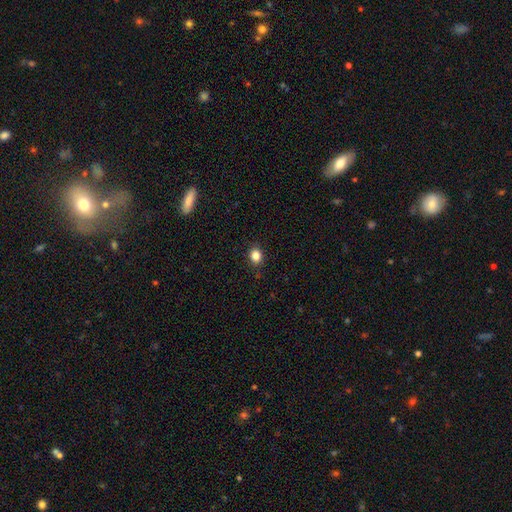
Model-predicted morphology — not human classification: This appears to be a smooth galaxy with no disk features (85%) that is round (61%). Merging: none (89%).